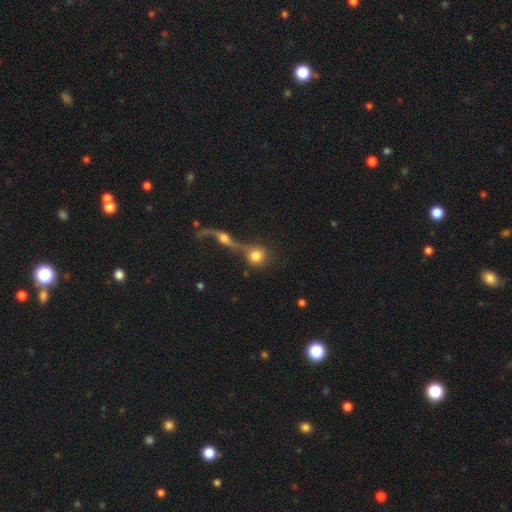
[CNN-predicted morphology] The model was most divided on "merging": merger: 47%, none: 37%, major disturbance: 8%, minor disturbance: 8%. More confident: how rounded — round (89%); smooth or featured — smooth (74%).